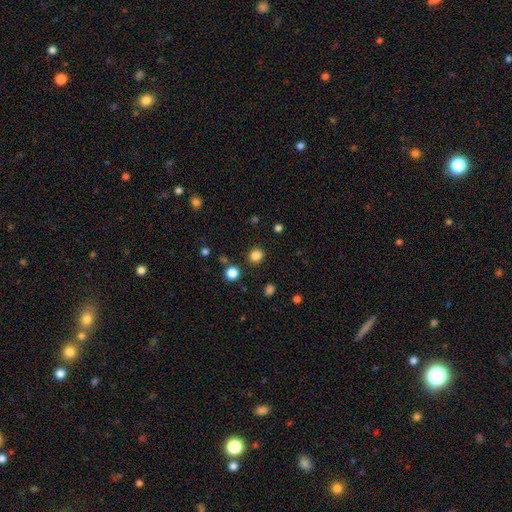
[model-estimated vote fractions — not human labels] Smooth or featured? Predicted: smooth (p=0.84). How rounded? Predicted: round (p=0.74). Merging? Predicted: none (p=0.87).